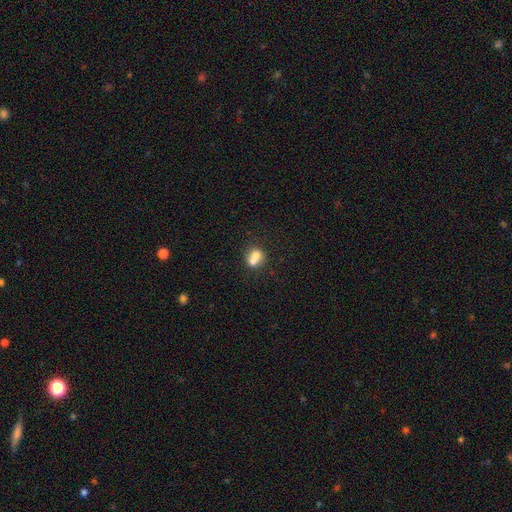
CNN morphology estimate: This is likely a smooth galaxy (68%). How rounded: likely round (68%). Merging: likely merger (65%).